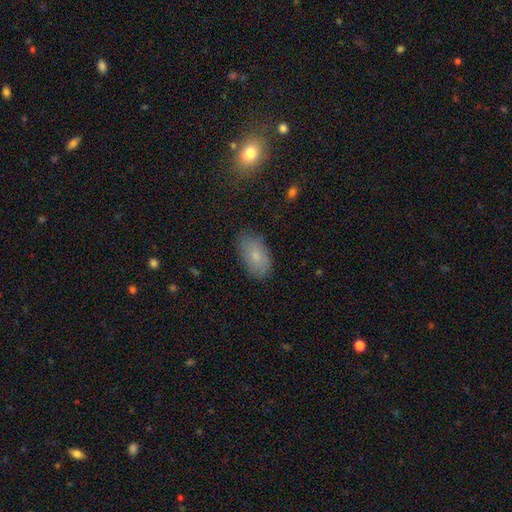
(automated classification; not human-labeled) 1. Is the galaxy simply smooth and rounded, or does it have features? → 78% smooth, 14% featured or disk, 8% star or artifact.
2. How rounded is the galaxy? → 94% in between, 4% round, 2% cigar-shaped.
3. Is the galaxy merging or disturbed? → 82% none, 14% minor disturbance, 3% major disturbance, 1% merger.